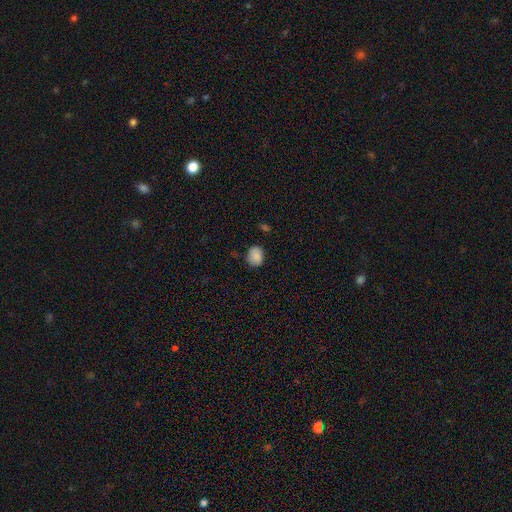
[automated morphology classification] Q: Smooth or featured?
A: smooth (87%); runner-up: star or artifact (9%)
Q: How rounded?
A: round (53%); runner-up: in between (46%)
Q: Merging?
A: none (78%); runner-up: minor disturbance (17%)